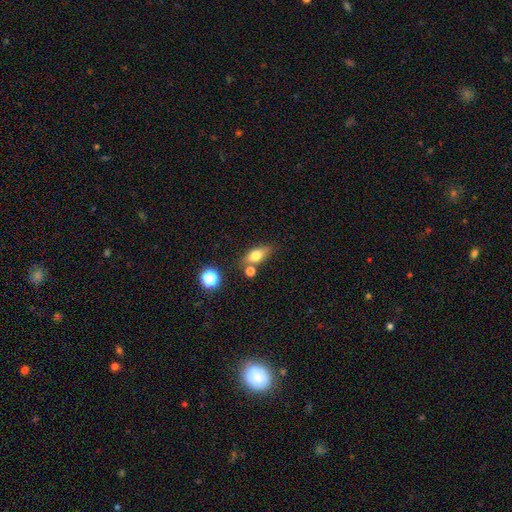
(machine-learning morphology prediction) Smooth or featured?
  - smooth: 71% *
  - featured or disk: 18%
  - star or artifact: 11%
How rounded?
  - in between: 74% *
  - round: 14%
  - cigar-shaped: 13%
Merging?
  - none: 67% *
  - merger: 15%
  - minor disturbance: 14%
  - major disturbance: 4%